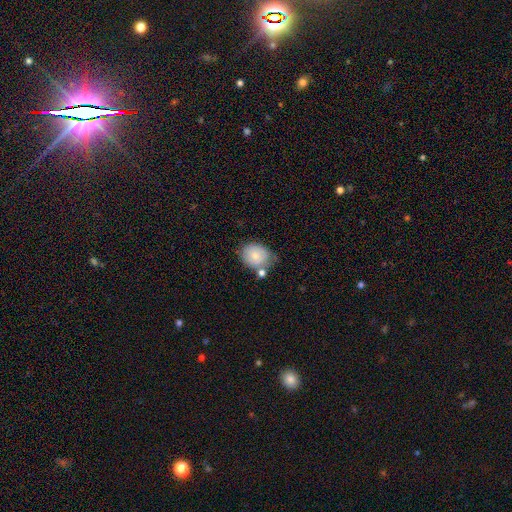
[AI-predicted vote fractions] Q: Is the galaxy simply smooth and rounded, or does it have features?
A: smooth — 76%.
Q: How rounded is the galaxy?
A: round — 59%.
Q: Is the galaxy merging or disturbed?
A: none — 52%.